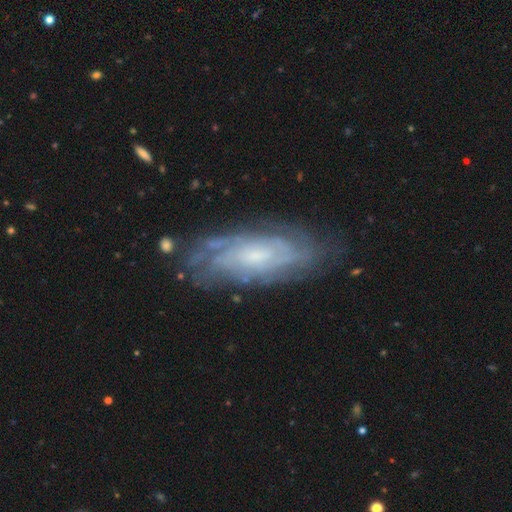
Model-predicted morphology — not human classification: This appears to be a featured or disk galaxy (78%) with no bar (65%), tight (69%) spiral arms (92%) and a small central bulge (63%). Merging: none (76%).